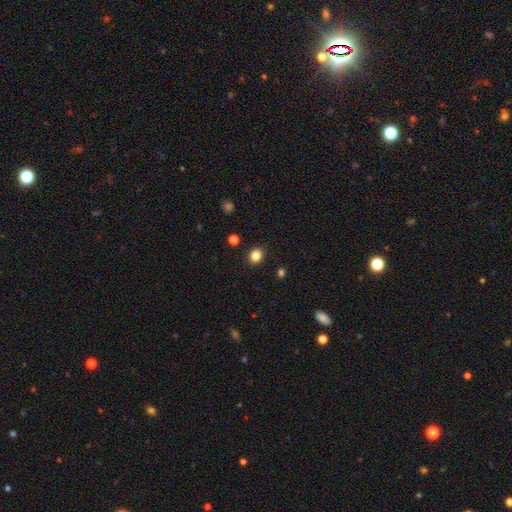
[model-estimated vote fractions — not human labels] Smooth or featured? Predicted: smooth (p=0.84). How rounded? Predicted: round (p=0.66). Merging? Predicted: none (p=0.89).